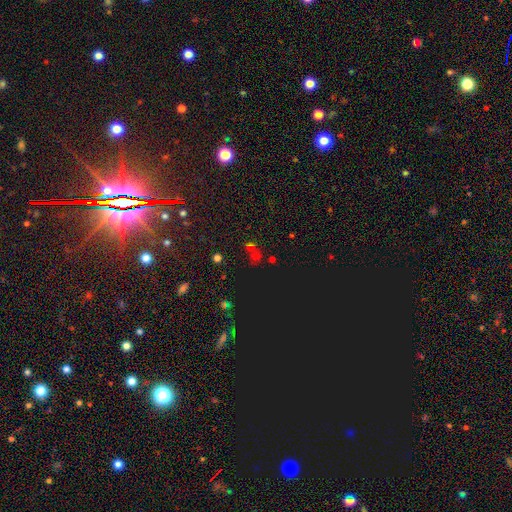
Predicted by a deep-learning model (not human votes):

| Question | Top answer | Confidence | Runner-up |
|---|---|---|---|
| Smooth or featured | star or artifact | 54% | smooth (35%) |